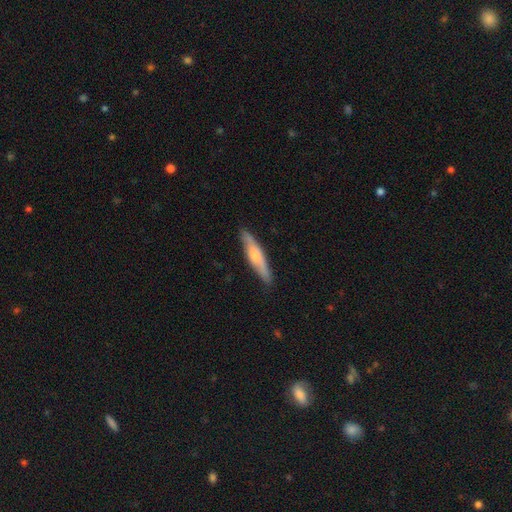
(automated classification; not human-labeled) A smooth galaxy with no disk features (54%) that is cigar-shaped (82%).

Vote fractions:
- Smooth or featured? smooth: 54% / featured or disk: 40% / star or artifact: 5%
- How rounded? cigar-shaped: 82% / in between: 16% / round: 2%
- Merging? none: 87% / minor disturbance: 10% / major disturbance: 2% / merger: 1%